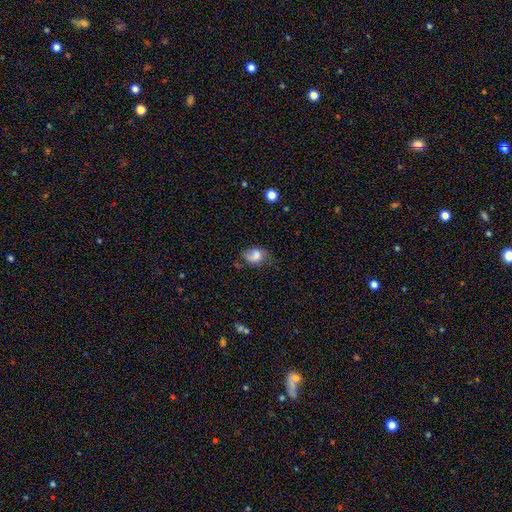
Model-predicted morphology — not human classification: Smooth or featured?
  - smooth: 68% *
  - featured or disk: 22%
  - star or artifact: 10%
How rounded?
  - in between: 74% *
  - round: 25%
  - cigar-shaped: 1%
Merging?
  - none: 43% *
  - minor disturbance: 35%
  - major disturbance: 18%
  - merger: 4%